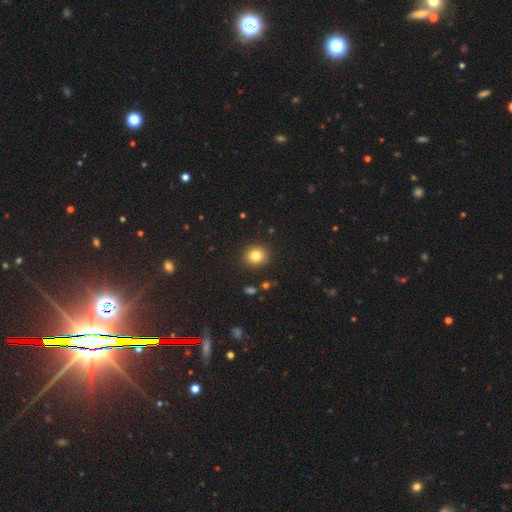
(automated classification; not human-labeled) Smooth or featured: smooth — 81% (star or artifact — 11%)
How rounded: round — 86% (in between — 14%)
Merging: none — 91% (minor disturbance — 6%)